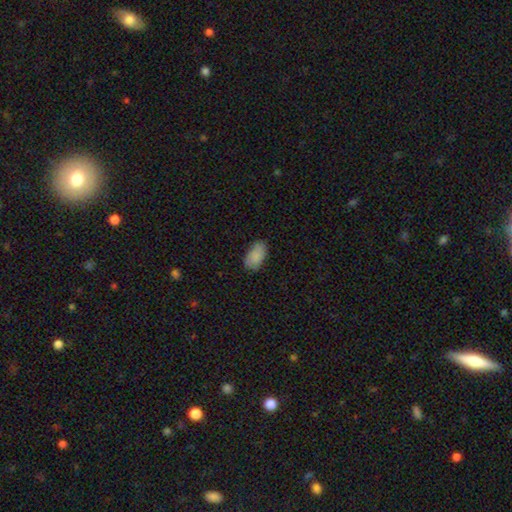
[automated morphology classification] Smooth or featured: smooth — 83% (featured or disk — 10%)
How rounded: in between — 94% (round — 4%)
Merging: none — 74% (minor disturbance — 21%)